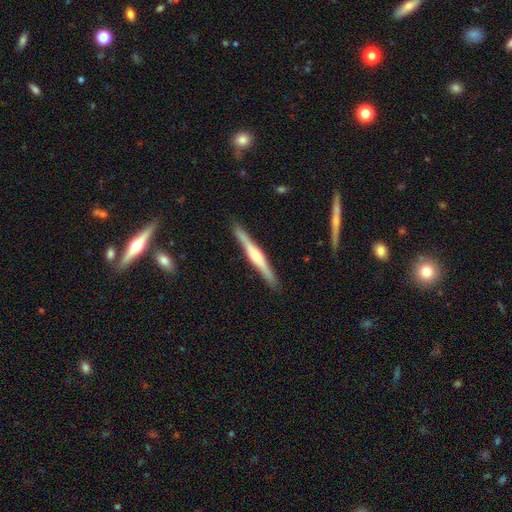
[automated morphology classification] This is likely a featured or disk galaxy (73%). It is clearly viewed edge-on (98%). Edge-on bulge: clearly rounded (83%). Merging: clearly none (89%).